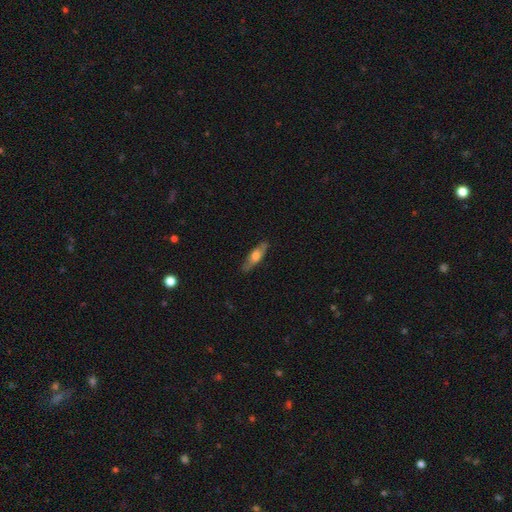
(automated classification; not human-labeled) A smooth galaxy with no disk features (55%) that is cigar-shaped (55%). Merging: none (81%).